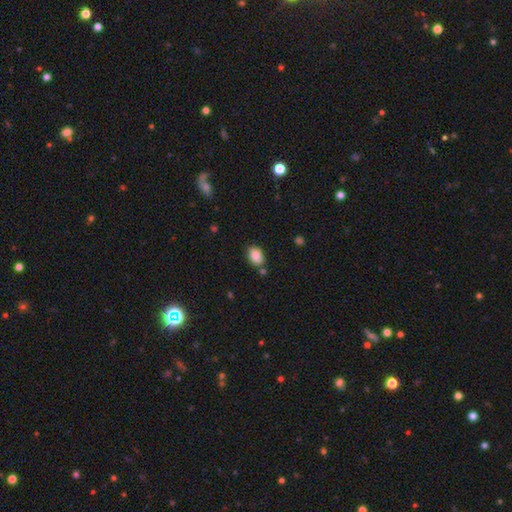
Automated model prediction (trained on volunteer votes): Overall: smooth (87%). How rounded: in between (78%). Merging: none (71%).